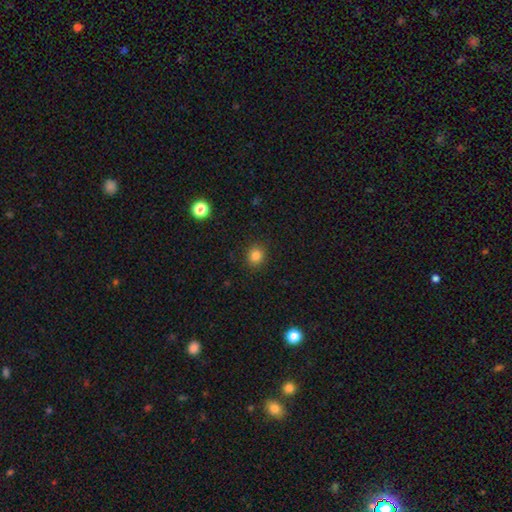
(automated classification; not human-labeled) A smooth galaxy with no disk features (83%) that is round (79%).

Vote fractions:
- Smooth or featured? smooth: 83% / star or artifact: 13% / featured or disk: 5%
- How rounded? round: 79% / in between: 20% / cigar-shaped: 1%
- Merging? none: 90% / minor disturbance: 7% / major disturbance: 2% / merger: 1%